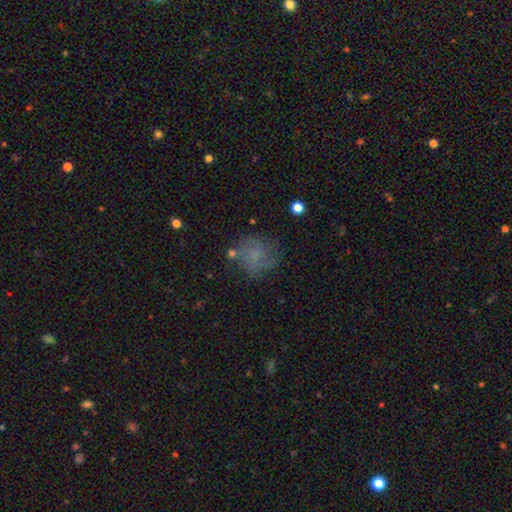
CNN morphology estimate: A smooth galaxy with no disk features (55%) that is round (76%).

Vote fractions:
- Smooth or featured? smooth: 55% / featured or disk: 30% / star or artifact: 15%
- How rounded? round: 76% / in between: 23% / cigar-shaped: 1%
- Merging? none: 60% / minor disturbance: 22% / major disturbance: 14% / merger: 4%